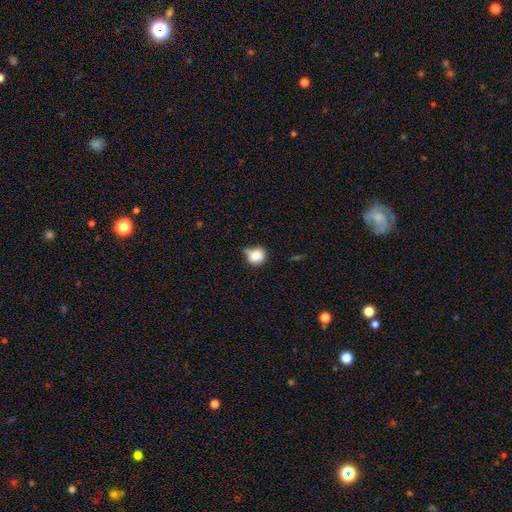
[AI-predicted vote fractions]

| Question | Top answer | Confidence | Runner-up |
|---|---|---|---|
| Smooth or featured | smooth | 82% | star or artifact (10%) |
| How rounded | round | 79% | in between (20%) |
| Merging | minor disturbance | 42% | none (40%) |